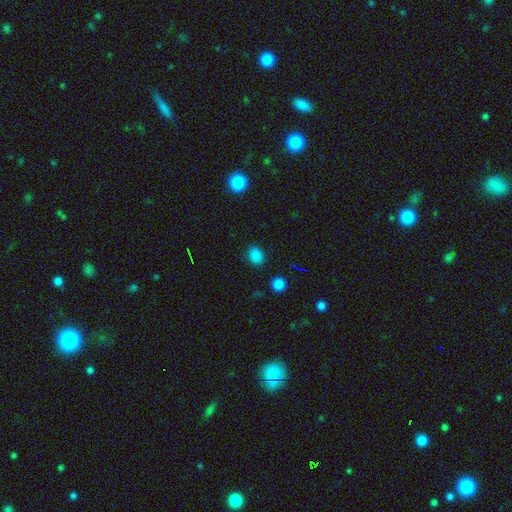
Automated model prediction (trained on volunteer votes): Morphology: type=smooth (81%); roundness=in between (50%); merging=none (87%).